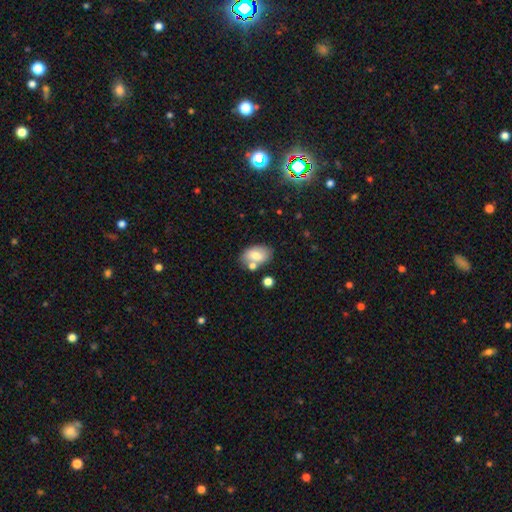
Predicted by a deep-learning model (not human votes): This appears to be a smooth galaxy with no disk features (71%) that is in between round and cigar-shaped (87%). Merging: none (64%).